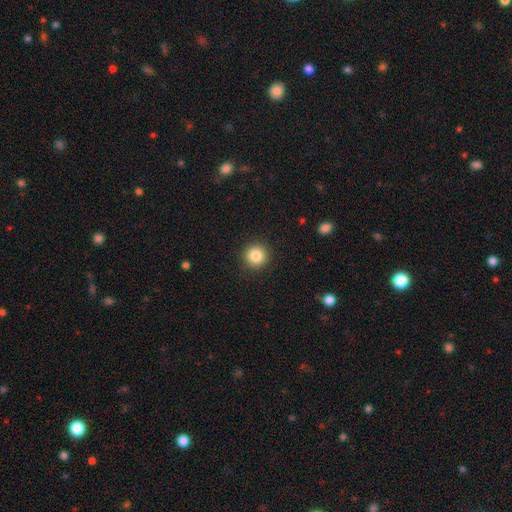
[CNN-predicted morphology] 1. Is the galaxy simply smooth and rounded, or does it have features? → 85% smooth, 10% star or artifact, 5% featured or disk.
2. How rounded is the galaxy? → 95% round, 4% in between, 1% cigar-shaped.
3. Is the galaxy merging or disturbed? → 92% none, 5% minor disturbance, 2% major disturbance, 1% merger.